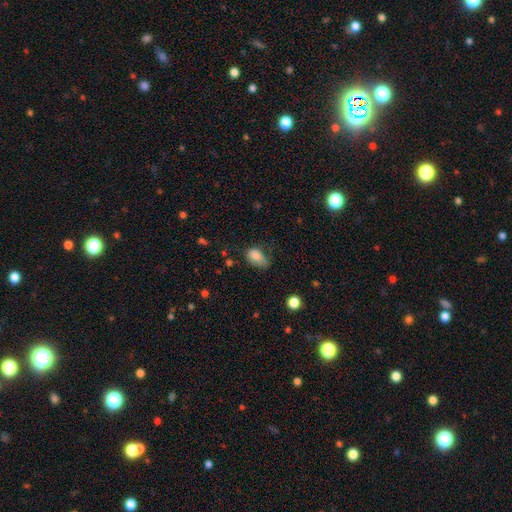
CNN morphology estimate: smooth 84%, star or artifact 9%, featured or disk 7%. Down the decision tree: how rounded — in between (86%); merging — none (40%).